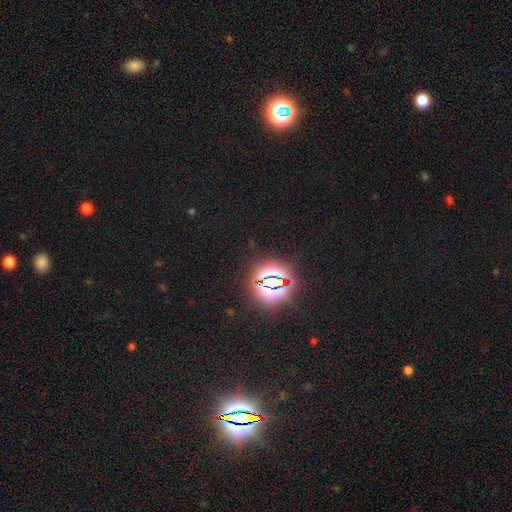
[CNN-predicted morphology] smooth-or-featured: star or artifact: 82% | smooth: 12% | featured or disk: 7%